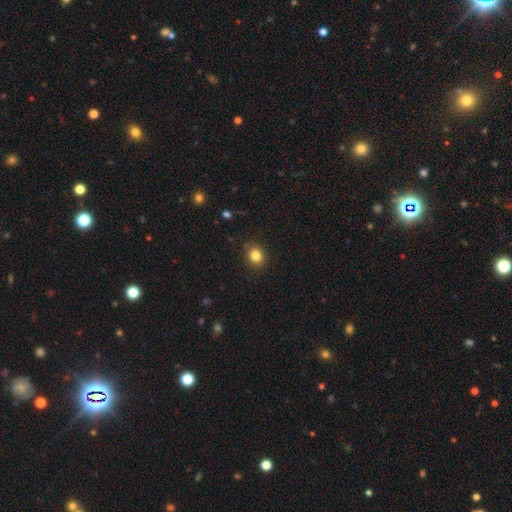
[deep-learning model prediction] The model was most divided on "how rounded": round: 74%, in between: 25%, cigar-shaped: 1%. More confident: merging — none (87%); smooth or featured — smooth (83%).